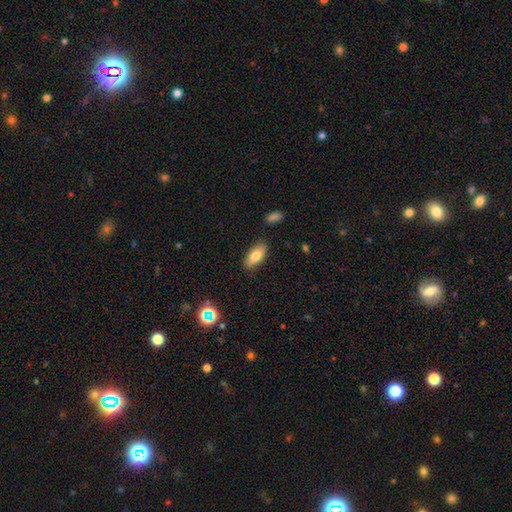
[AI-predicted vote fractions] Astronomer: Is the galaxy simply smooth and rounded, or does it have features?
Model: smooth — 79%.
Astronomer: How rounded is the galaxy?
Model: in between — 85%.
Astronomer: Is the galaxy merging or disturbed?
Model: none — 85%.